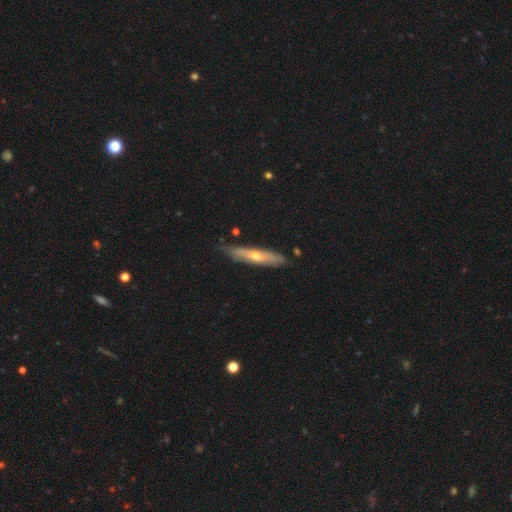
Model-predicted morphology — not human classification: This appears to be a featured or disk galaxy (55%) viewed edge-on (76%). Merging: none (78%).